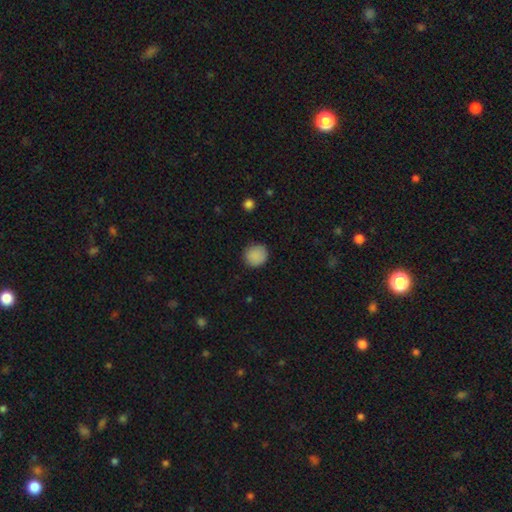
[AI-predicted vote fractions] This is clearly a smooth galaxy (88%). How rounded: clearly round (90%). Merging: clearly none (88%).